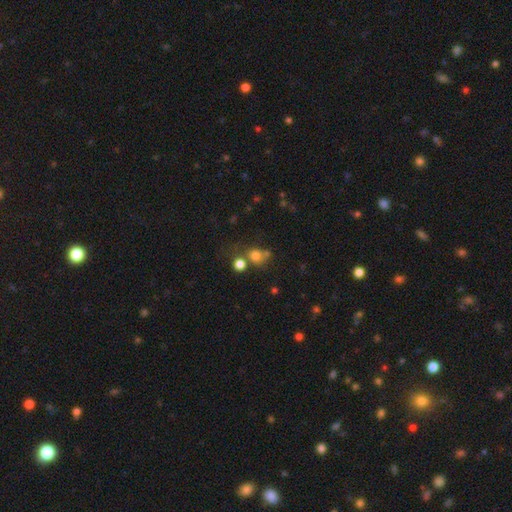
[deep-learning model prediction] The model was most divided on "merging": none: 50%, merger: 30%, minor disturbance: 12%, major disturbance: 8%. More confident: how rounded — round (80%); smooth or featured — smooth (73%).